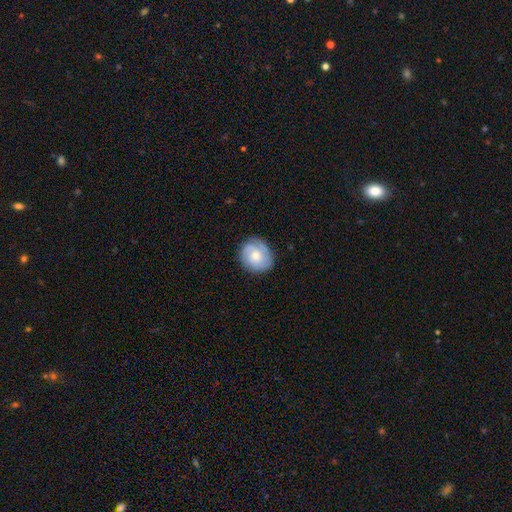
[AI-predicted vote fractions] A smooth galaxy with no disk features (48%).

Vote fractions:
- Smooth or featured? smooth: 48% / featured or disk: 45% / star or artifact: 7%
- Merging? none: 79% / minor disturbance: 16% / major disturbance: 4% / merger: 1%